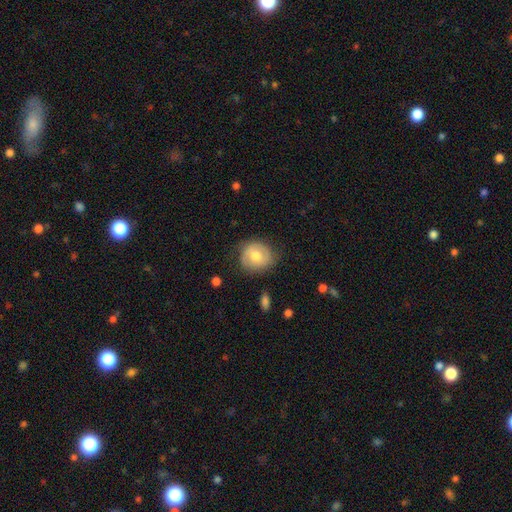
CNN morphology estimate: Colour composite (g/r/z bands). It shows a smooth galaxy with no disk features (60%) that is round (79%). Merging: none (75%).